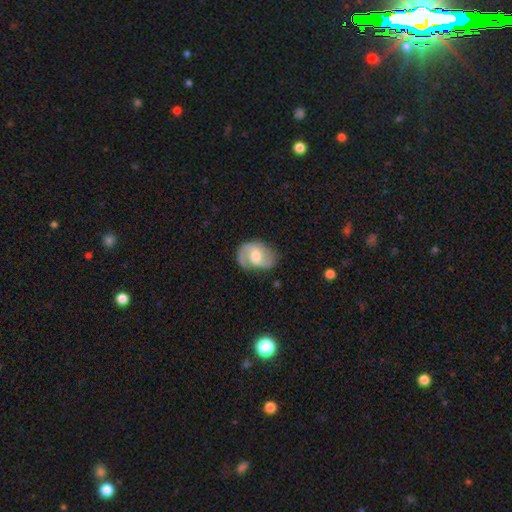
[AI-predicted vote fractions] Smooth or featured? Predicted: featured or disk (p=0.76). Edge-on disk? Predicted: no (p=0.97). Bar? Predicted: no (p=0.45, tied with weak). Spiral arms? Predicted: yes (p=0.93). Spiral winding? Predicted: medium (p=0.50). Spiral arm count? Predicted: 2 (p=0.77). Bulge size? Predicted: moderate (p=0.64). Merging? Predicted: none (p=0.71).